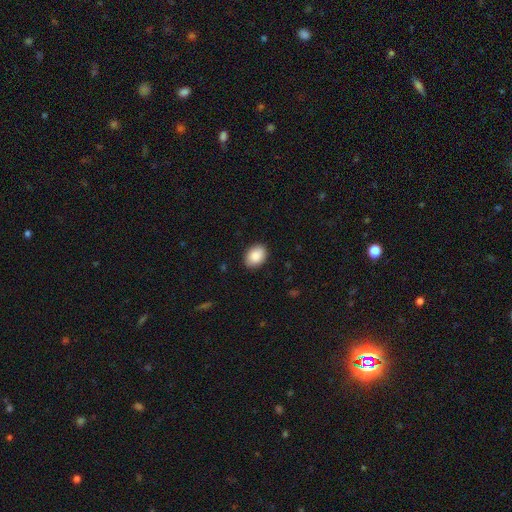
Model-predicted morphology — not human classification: A smooth galaxy with no disk features (89%) that is in between round and cigar-shaped (78%).

Vote fractions:
- Smooth or featured? smooth: 89% / star or artifact: 7% / featured or disk: 4%
- How rounded? in between: 78% / round: 21% / cigar-shaped: 1%
- Merging? none: 89% / minor disturbance: 8% / major disturbance: 2% / merger: 1%